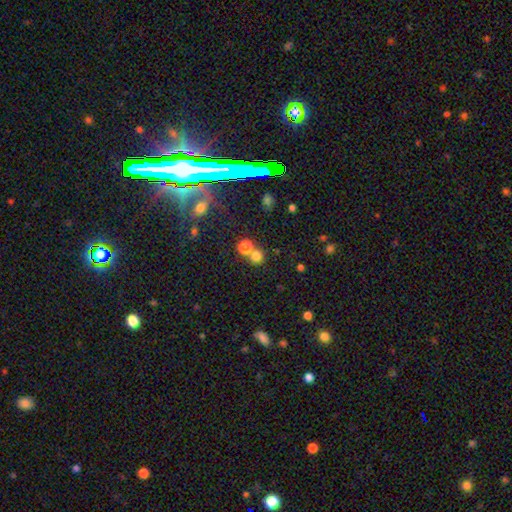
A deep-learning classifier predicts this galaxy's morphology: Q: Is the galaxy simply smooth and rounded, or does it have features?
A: smooth — 72%.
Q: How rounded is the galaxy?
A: round — 89%.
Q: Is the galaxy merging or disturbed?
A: none — 61%.